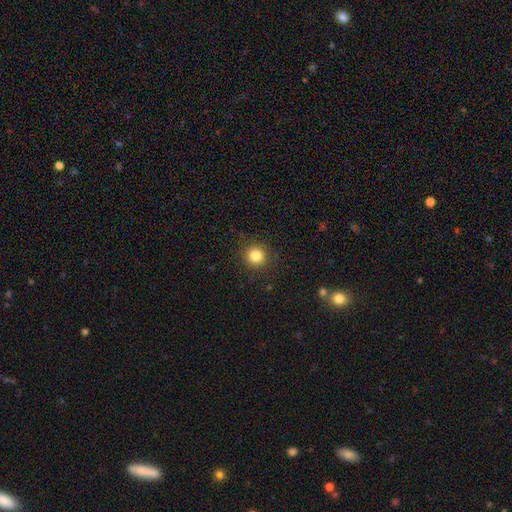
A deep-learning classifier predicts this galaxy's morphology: smooth-or-featured: smooth: 82% | star or artifact: 12% | featured or disk: 5%
  how-rounded: round: 94% | in between: 5% | cigar-shaped: 1%
  merging: none: 91% | minor disturbance: 6% | major disturbance: 2% | merger: 1%